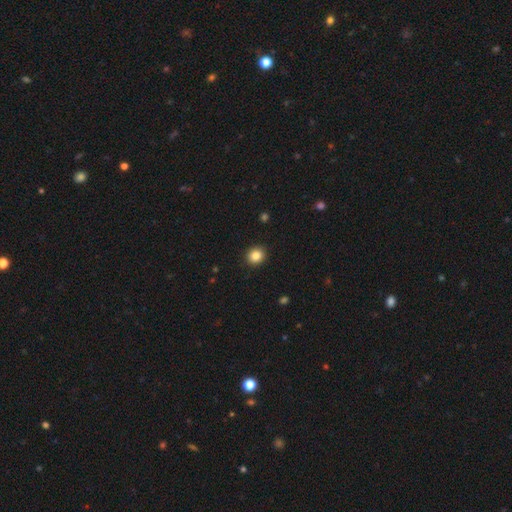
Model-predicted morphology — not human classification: This appears to be a smooth galaxy with no disk features (86%) that is round (82%). Merging: none (92%).